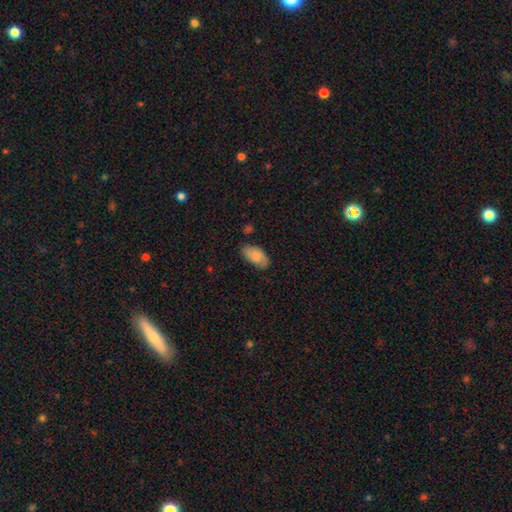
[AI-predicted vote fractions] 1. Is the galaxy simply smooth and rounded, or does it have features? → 69% smooth, 24% featured or disk, 7% star or artifact.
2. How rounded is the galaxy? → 94% in between, 3% round, 3% cigar-shaped.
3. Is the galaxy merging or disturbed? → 70% none, 23% minor disturbance, 5% major disturbance, 2% merger.